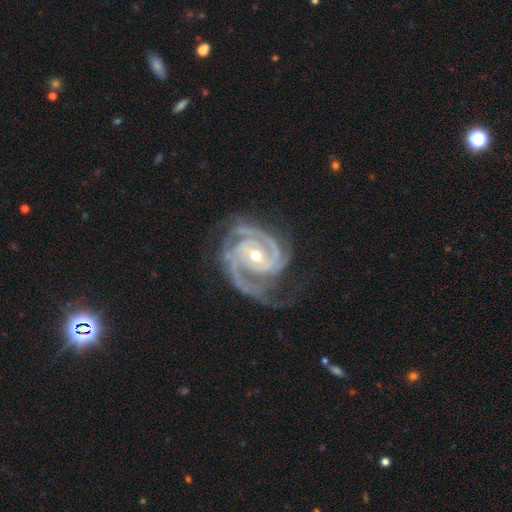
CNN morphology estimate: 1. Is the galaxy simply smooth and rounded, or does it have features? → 94% featured or disk, 4% star or artifact, 3% smooth.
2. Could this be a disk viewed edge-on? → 98% no, 2% yes.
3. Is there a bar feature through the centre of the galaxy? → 46% no, 35% weak, 20% strong.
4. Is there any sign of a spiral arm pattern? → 99% yes, 1% no.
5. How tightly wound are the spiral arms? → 61% tight, 34% medium, 5% loose.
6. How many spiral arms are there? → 40% 3, 32% 2, 9% 4, 9% can't tell, 5% 1, 5% more than 4.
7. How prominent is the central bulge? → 54% moderate, 43% small, 2% large, 1% none, 1% dominant.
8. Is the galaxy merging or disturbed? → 60% none, 22% minor disturbance, 16% major disturbance, 2% merger.